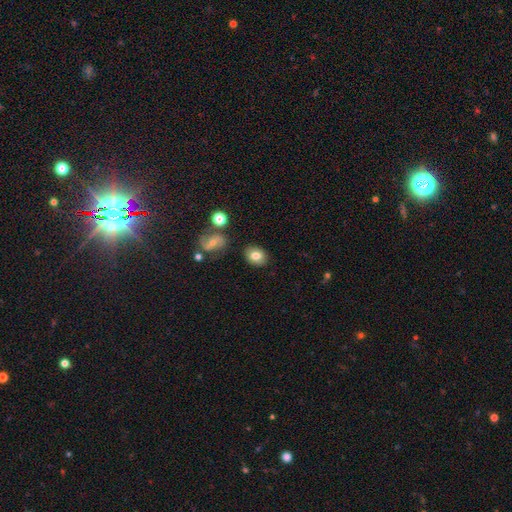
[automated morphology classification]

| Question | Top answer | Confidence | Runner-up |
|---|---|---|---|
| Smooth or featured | smooth | 78% | featured or disk (13%) |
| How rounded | in between | 58% | round (41%) |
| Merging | none | 84% | minor disturbance (10%) |